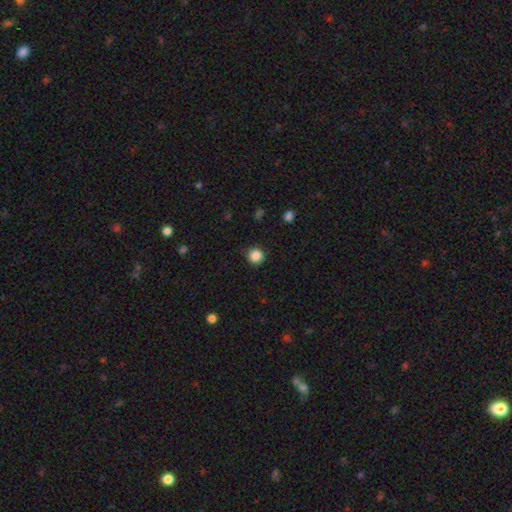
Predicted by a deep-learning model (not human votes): This is clearly a smooth galaxy (86%). How rounded: clearly round (94%). Merging: clearly none (88%).